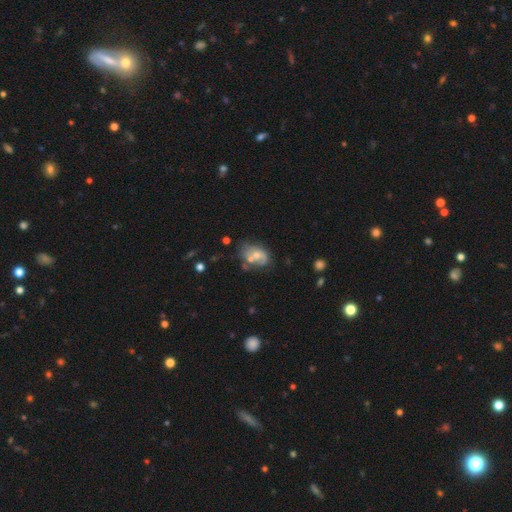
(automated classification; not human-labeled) Morphology: type=smooth (45%, tied with featured or disk); merging=none (37%).